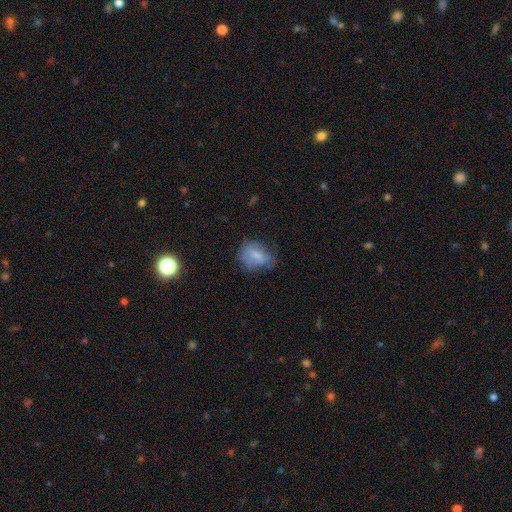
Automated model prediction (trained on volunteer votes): Smooth or featured? Predicted: smooth (p=0.62). How rounded? Predicted: in between (p=0.61). Merging? Predicted: none (p=0.50).